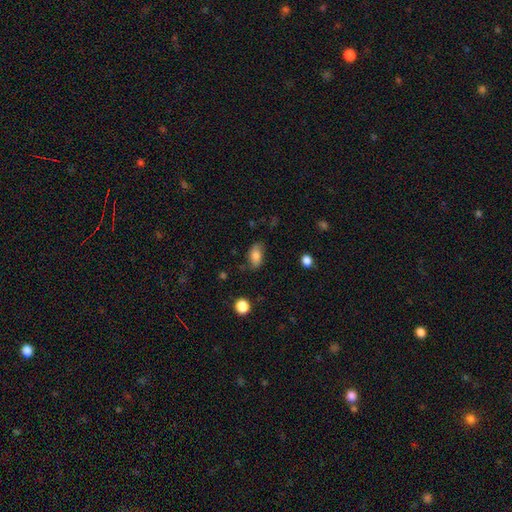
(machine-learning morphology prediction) smooth_or_featured: smooth (p=0.78) [alt: featured or disk p=0.13]
how_rounded: in between (p=0.89) [alt: round p=0.07]
merging: none (p=0.73) [alt: minor disturbance p=0.20]